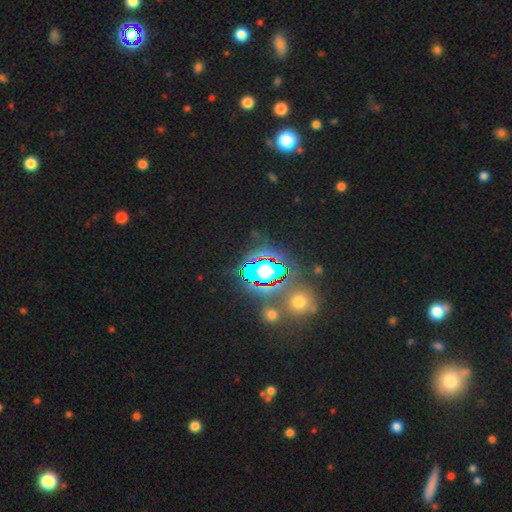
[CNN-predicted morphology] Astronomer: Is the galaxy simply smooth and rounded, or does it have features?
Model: star or artifact — 79%.